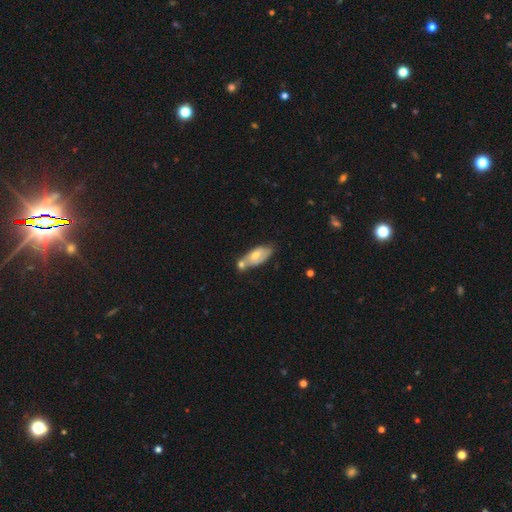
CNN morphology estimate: Overall: smooth (49%; featured or disk 45%). Merging: merger (45%; none 33%).